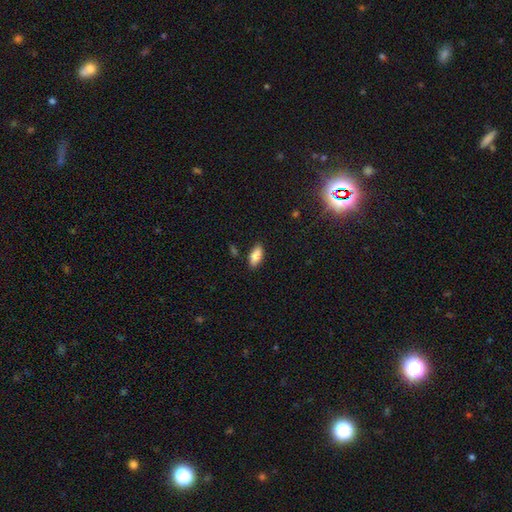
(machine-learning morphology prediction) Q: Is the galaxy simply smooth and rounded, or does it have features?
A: smooth — 86%.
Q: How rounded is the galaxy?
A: in between — 87%.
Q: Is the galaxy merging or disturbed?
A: none — 85%.